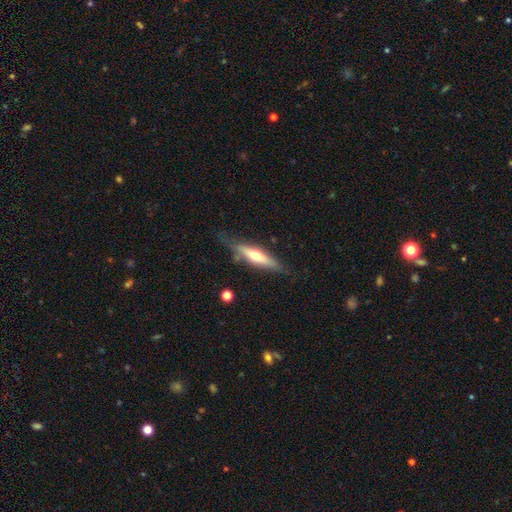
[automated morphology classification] Smooth or featured? Predicted: featured or disk (p=0.55). Edge-on disk? Predicted: yes (p=0.88). Merging? Predicted: none (p=0.72).